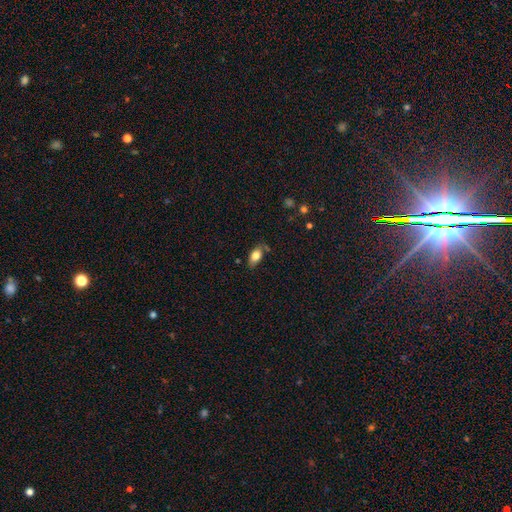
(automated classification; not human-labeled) Morphology: type=smooth (79%); roundness=in between (88%); merging=none (71%).